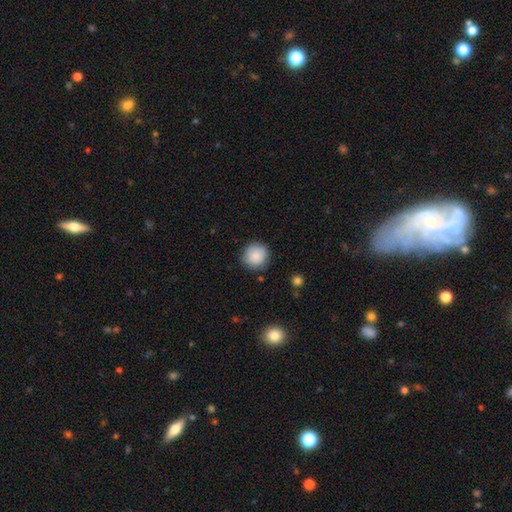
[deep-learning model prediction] This appears to be a smooth galaxy with no disk features (88%) that is round (92%). Merging: none (85%).